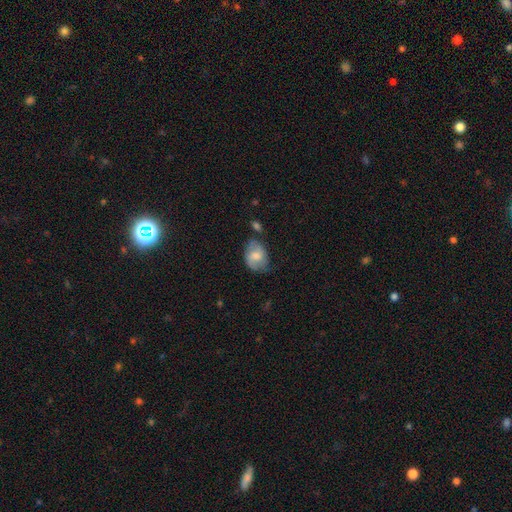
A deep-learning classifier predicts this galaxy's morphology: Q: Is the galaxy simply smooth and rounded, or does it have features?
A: smooth — 56%.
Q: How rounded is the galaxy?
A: in between — 71%.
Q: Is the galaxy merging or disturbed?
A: none — 58%.